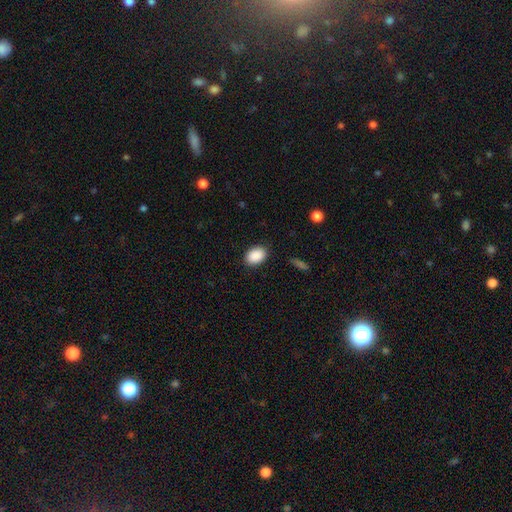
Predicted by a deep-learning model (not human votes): A smooth galaxy with no disk features (90%) that is in between round and cigar-shaped (80%). Merging: none (88%).